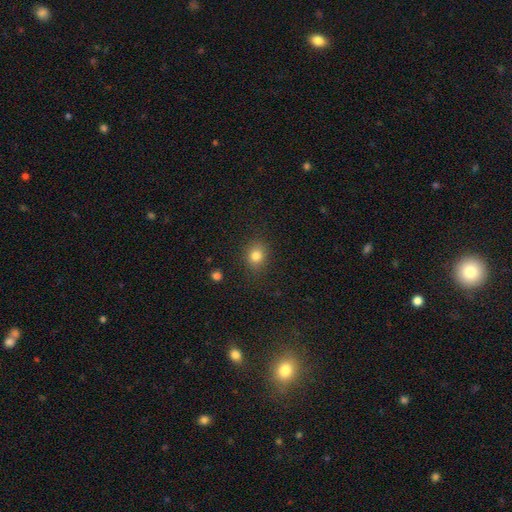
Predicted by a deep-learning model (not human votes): Overall: smooth (82%). How rounded: round (68%; in between 31%). Merging: none (85%).